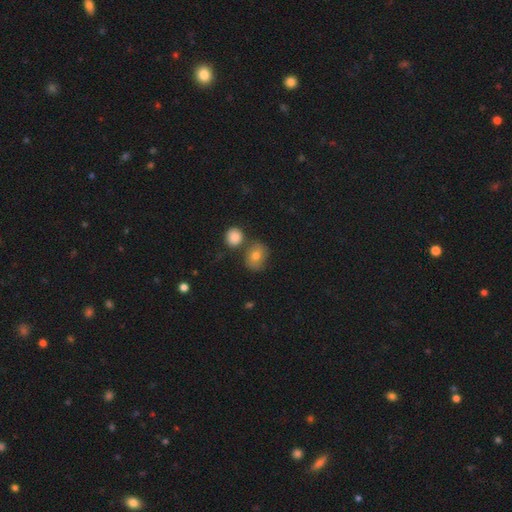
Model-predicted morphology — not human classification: Smooth or featured? Predicted: smooth (p=0.75). How rounded? Predicted: round (p=0.59). Merging? Predicted: none (p=0.64).